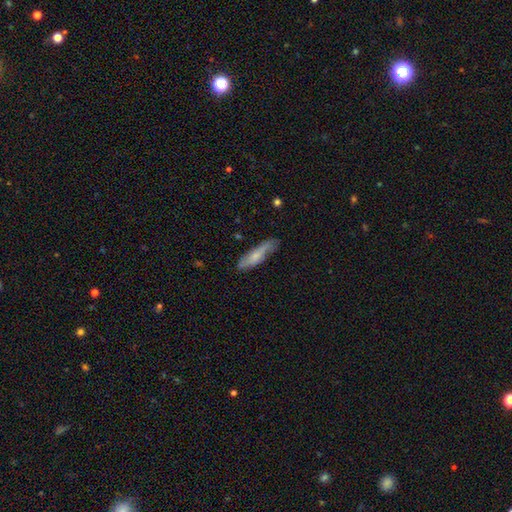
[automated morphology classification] Smooth or featured: smooth — 57% (featured or disk — 37%)
How rounded: cigar-shaped — 72% (in between — 26%)
Merging: none — 71% (minor disturbance — 22%)